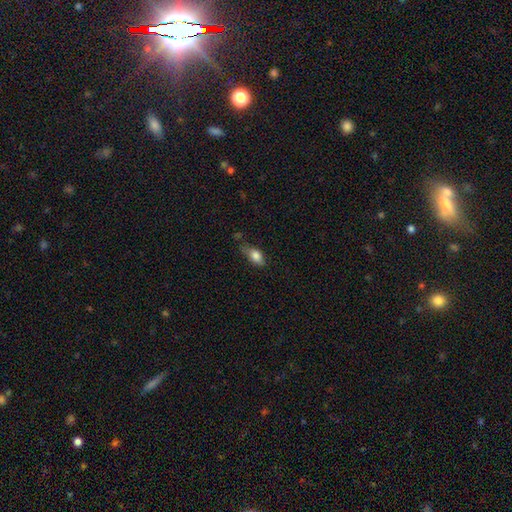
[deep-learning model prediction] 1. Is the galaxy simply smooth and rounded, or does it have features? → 81% smooth, 11% featured or disk, 8% star or artifact.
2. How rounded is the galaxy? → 85% in between, 8% cigar-shaped, 6% round.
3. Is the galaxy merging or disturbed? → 50% none, 35% minor disturbance, 10% major disturbance, 5% merger.